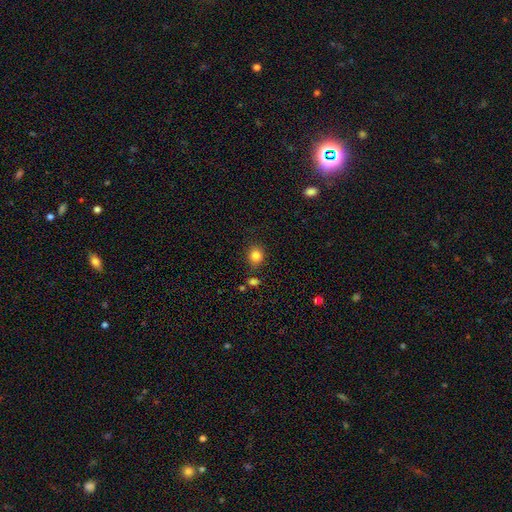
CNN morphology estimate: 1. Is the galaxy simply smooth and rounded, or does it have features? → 84% smooth, 11% star or artifact, 5% featured or disk.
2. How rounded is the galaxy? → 77% round, 23% in between, 1% cigar-shaped.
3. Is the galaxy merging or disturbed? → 82% none, 10% minor disturbance, 5% merger, 3% major disturbance.